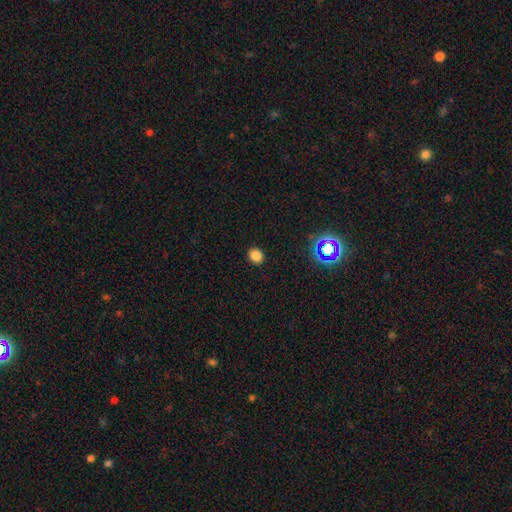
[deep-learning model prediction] The model was most divided on "how rounded": round: 63%, in between: 36%, cigar-shaped: 1%. More confident: merging — none (91%); smooth or featured — smooth (82%).